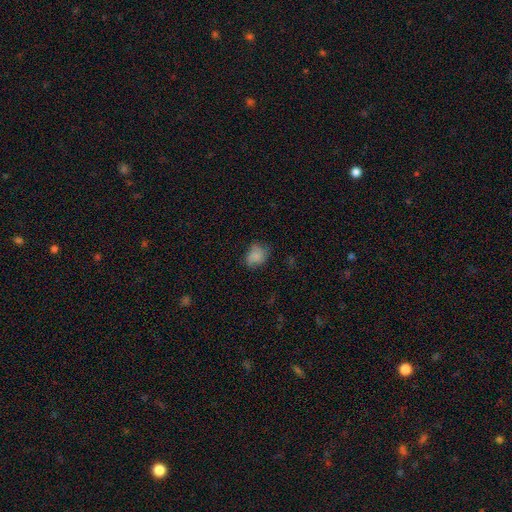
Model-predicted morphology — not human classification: Q: Smooth or featured?
A: smooth (75%); runner-up: featured or disk (14%)
Q: How rounded?
A: in between (55%); runner-up: round (44%)
Q: Merging?
A: none (56%); runner-up: minor disturbance (29%)